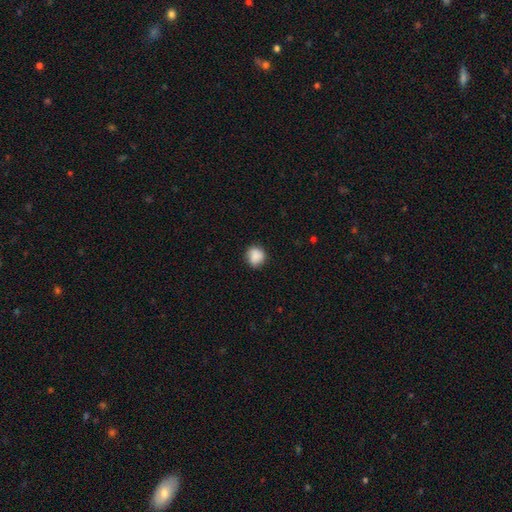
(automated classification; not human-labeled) smooth_or_featured: smooth (p=0.87) [alt: star or artifact p=0.08]
how_rounded: round (p=0.81) [alt: in between p=0.18]
merging: none (p=0.80) [alt: minor disturbance p=0.16]